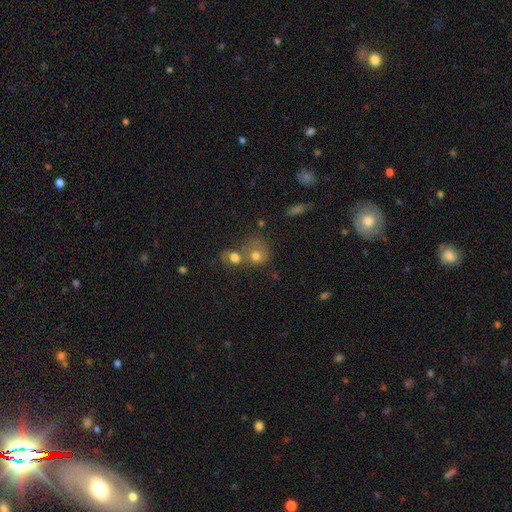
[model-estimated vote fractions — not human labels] Smooth or featured? smooth (70%)
How rounded? round (70%)
Merging? merger (50%)